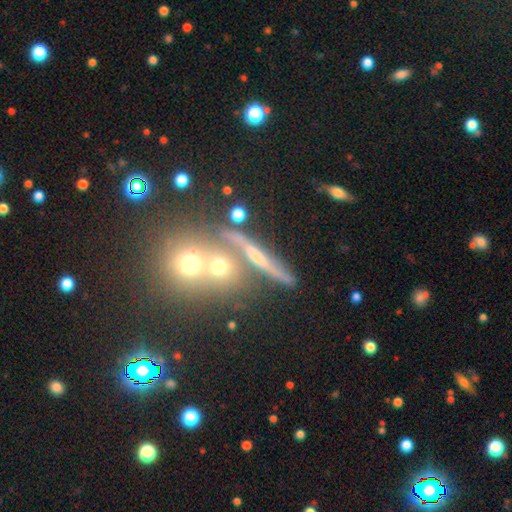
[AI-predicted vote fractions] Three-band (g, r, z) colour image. It shows a featured or disk galaxy (43%). Merging: none (55%).